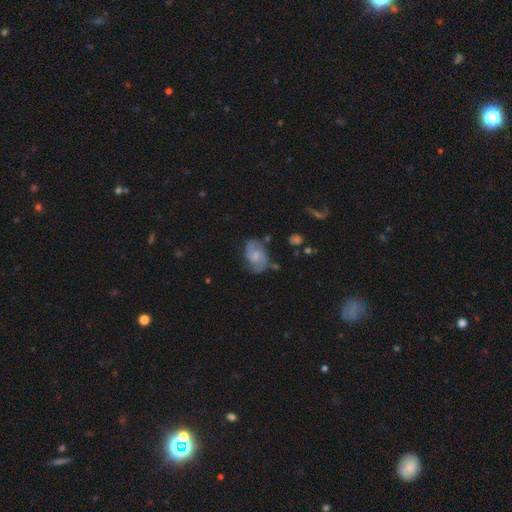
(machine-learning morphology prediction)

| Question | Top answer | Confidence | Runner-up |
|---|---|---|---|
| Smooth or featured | featured or disk | 75% | smooth (19%) |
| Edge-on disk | no | 97% | yes (3%) |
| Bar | weak | 47% | no (46%) |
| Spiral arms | yes | 94% | no (6%) |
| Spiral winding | medium | 52% | tight (27%) |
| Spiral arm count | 2 | 87% | can't tell (7%) |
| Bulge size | small | 38% | moderate (32%) |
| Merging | none | 70% | minor disturbance (20%) |